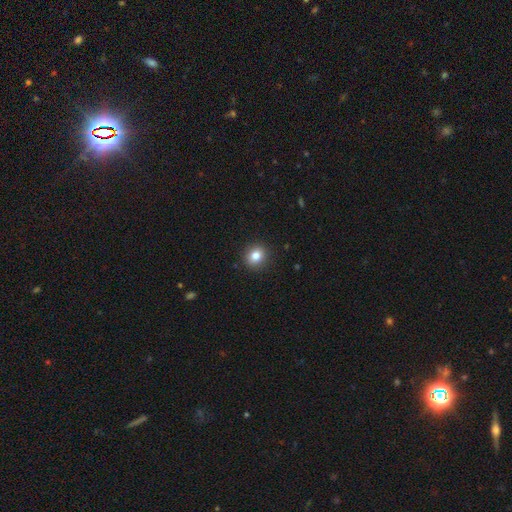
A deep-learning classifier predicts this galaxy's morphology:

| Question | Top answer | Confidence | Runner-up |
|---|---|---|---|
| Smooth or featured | smooth | 83% | star or artifact (11%) |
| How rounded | round | 77% | in between (22%) |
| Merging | none | 91% | minor disturbance (6%) |